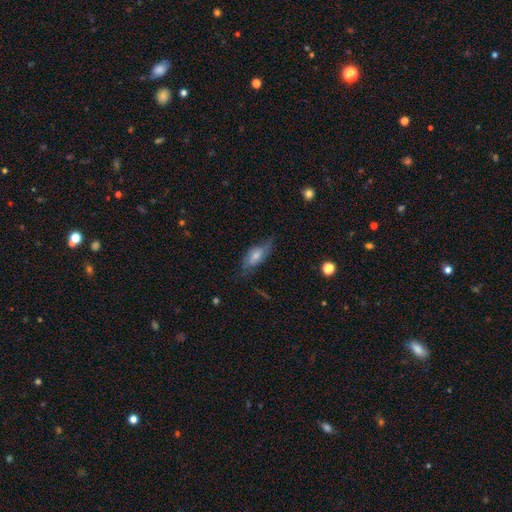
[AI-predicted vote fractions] Morphology: type=smooth (56%); roundness=in between (78%); merging=none (58%).